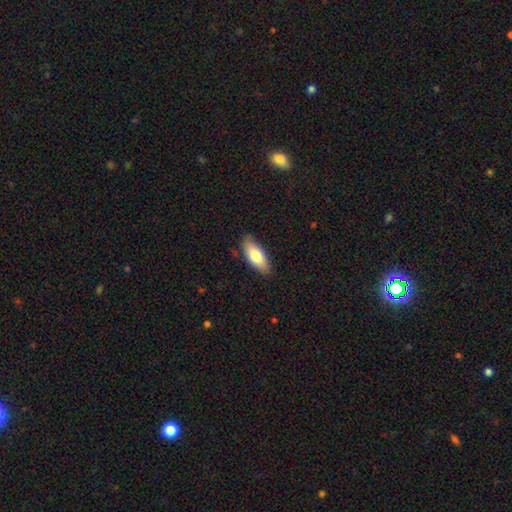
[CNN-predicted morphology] Smooth or featured: smooth — 77% (featured or disk — 17%)
How rounded: in between — 83% (cigar-shaped — 15%)
Merging: none — 82% (minor disturbance — 15%)